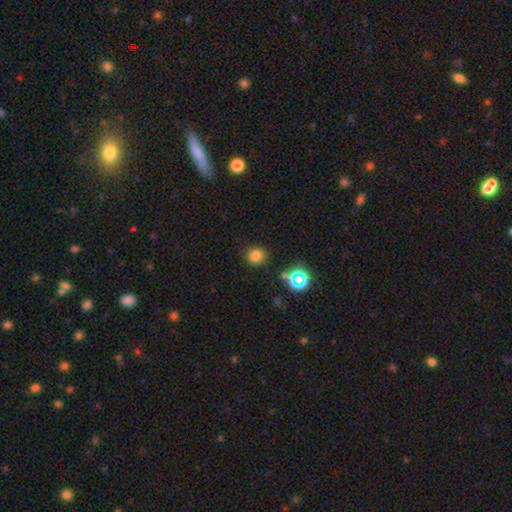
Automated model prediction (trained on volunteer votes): Smooth or featured?
  - smooth: 77% *
  - star or artifact: 18%
  - featured or disk: 5%
How rounded?
  - round: 87% *
  - in between: 12%
  - cigar-shaped: 1%
Merging?
  - none: 85% *
  - minor disturbance: 9%
  - major disturbance: 3%
  - merger: 3%